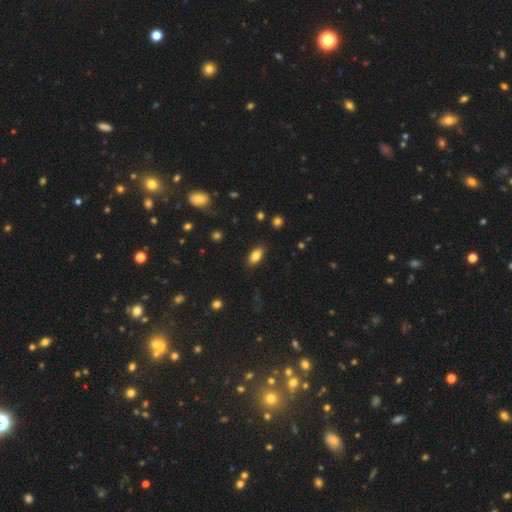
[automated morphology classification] smooth_or_featured: smooth (p=0.82) [alt: featured or disk p=0.10]
how_rounded: in between (p=0.89) [alt: cigar-shaped p=0.07]
merging: none (p=0.86) [alt: minor disturbance p=0.10]